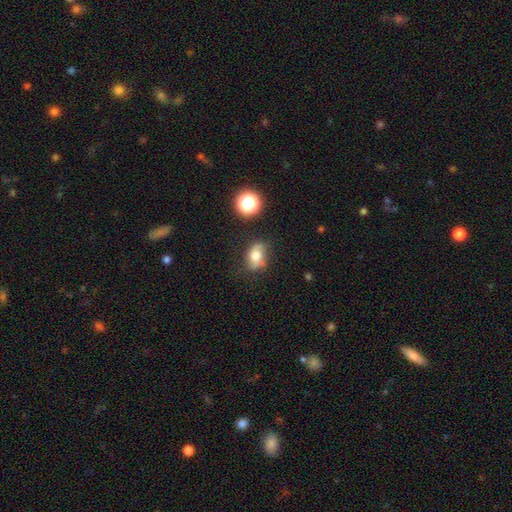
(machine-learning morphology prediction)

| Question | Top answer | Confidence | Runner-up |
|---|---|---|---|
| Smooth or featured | smooth | 60% | featured or disk (27%) |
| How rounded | in between | 66% | round (32%) |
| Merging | none | 64% | minor disturbance (25%) |